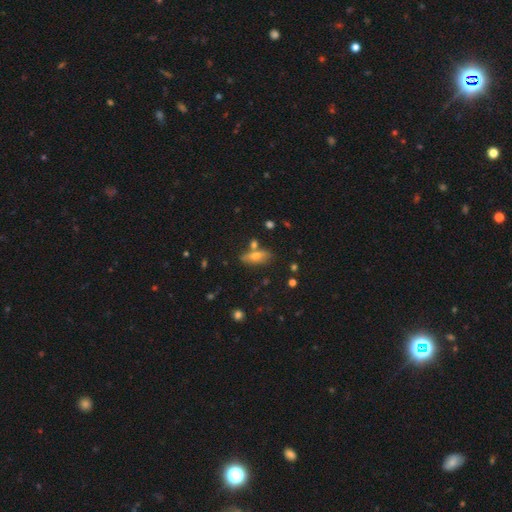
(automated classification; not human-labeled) Smooth or featured?
  - smooth: 60% *
  - featured or disk: 30%
  - star or artifact: 10%
How rounded?
  - in between: 66% *
  - cigar-shaped: 30%
  - round: 4%
Merging?
  - none: 70% *
  - minor disturbance: 14%
  - merger: 12%
  - major disturbance: 4%